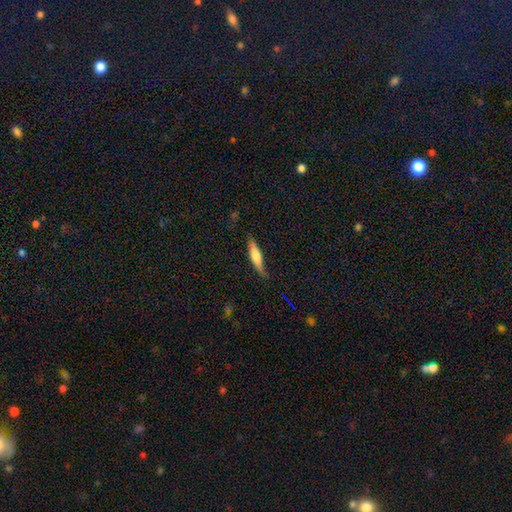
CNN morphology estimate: smooth_or_featured: smooth (p=0.63) [alt: featured or disk p=0.31]
how_rounded: cigar-shaped (p=0.76) [alt: in between p=0.23]
merging: none (p=0.72) [alt: minor disturbance p=0.22]